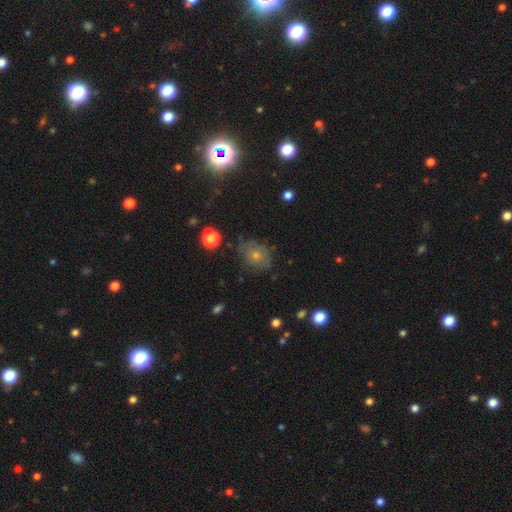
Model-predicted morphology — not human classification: Overall: smooth (38%; featured or disk 35%). Merging: none (72%).